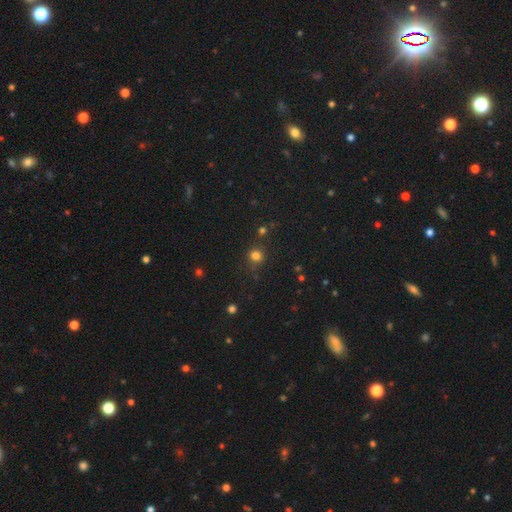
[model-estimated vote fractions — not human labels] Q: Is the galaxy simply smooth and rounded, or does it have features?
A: smooth — 78%.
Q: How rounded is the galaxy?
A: round — 85%.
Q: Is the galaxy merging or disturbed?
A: none — 80%.